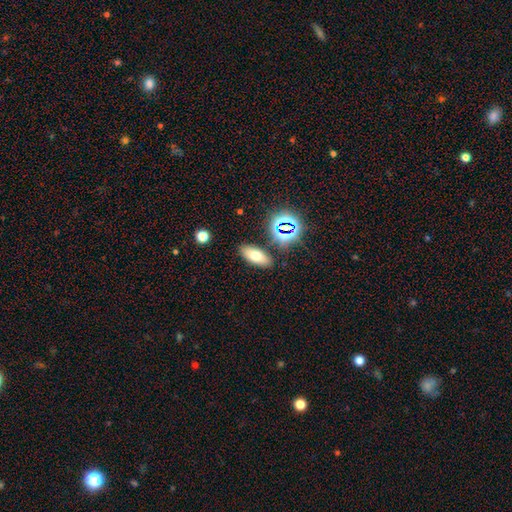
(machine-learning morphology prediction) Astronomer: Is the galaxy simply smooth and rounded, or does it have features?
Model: smooth — 65%.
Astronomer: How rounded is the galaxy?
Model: in between — 78%.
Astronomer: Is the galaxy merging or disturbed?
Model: none — 84%.